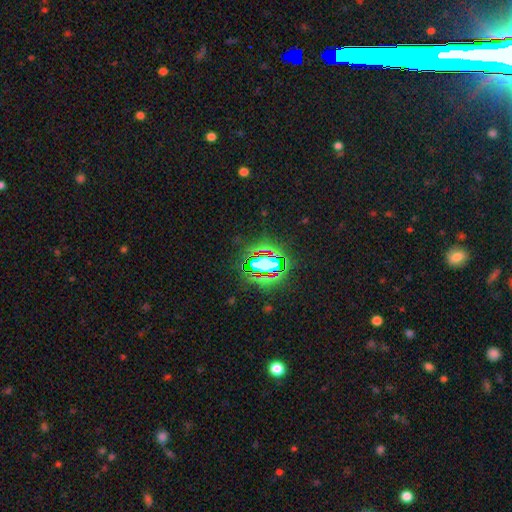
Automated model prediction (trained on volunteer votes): Overall: star or artifact (75%).